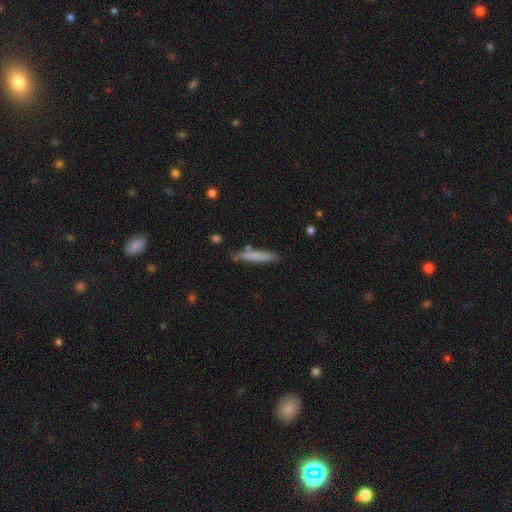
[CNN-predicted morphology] A smooth galaxy with no disk features (77%) that is cigar-shaped (89%). Merging: none (78%).